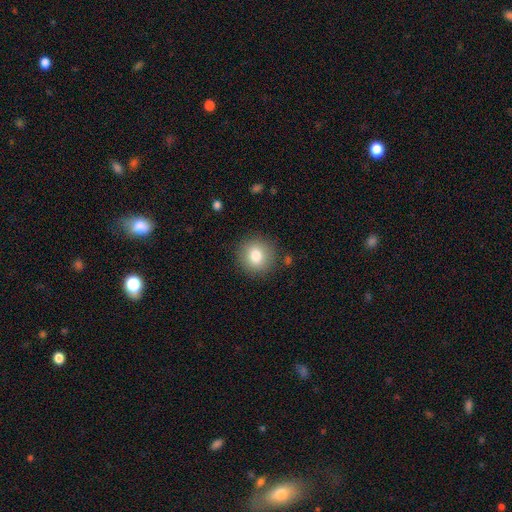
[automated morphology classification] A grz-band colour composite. It shows a smooth galaxy with no disk features (80%) that is round (91%). Merging: none (88%).